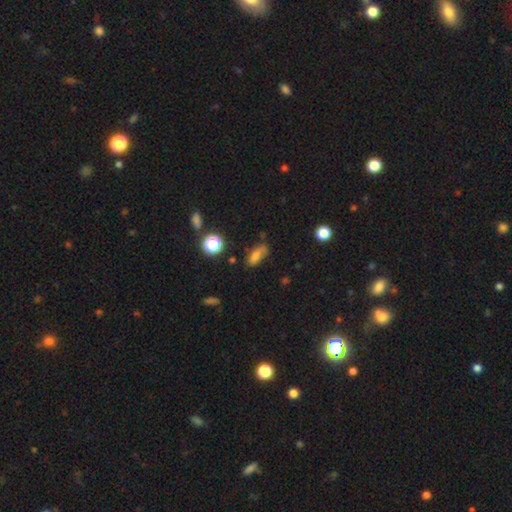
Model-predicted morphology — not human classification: Smooth or featured? Predicted: smooth (p=0.73). How rounded? Predicted: in between (p=0.75). Merging? Predicted: none (p=0.59).